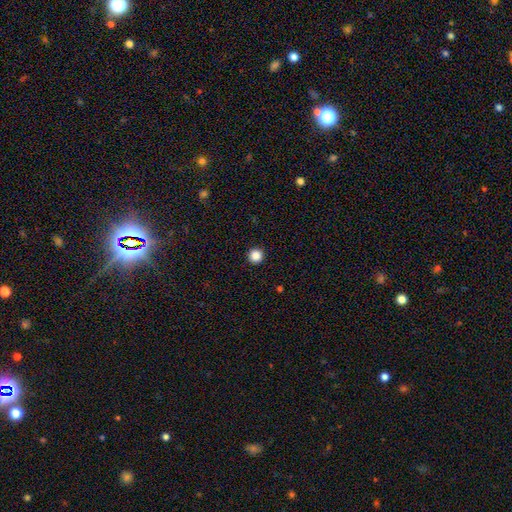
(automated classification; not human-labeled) Smooth or featured? smooth (87%)
How rounded? round (97%)
Merging? none (94%)